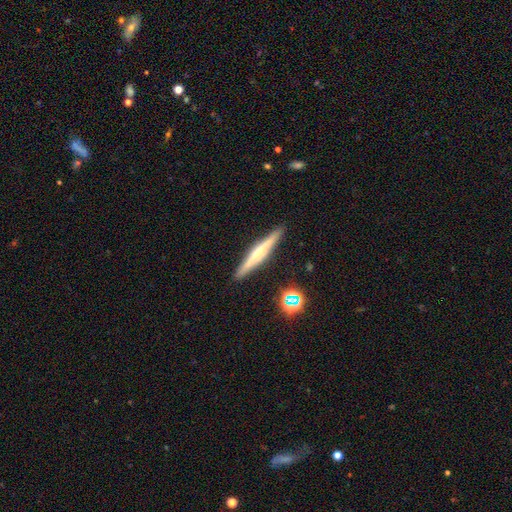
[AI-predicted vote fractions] Smooth or featured?
  - featured or disk: 68% *
  - smooth: 25%
  - star or artifact: 7%
Edge-on disk?
  - yes: 97% *
  - no: 3%
Edge-on bulge?
  - rounded: 77% *
  - none: 15%
  - boxy: 8%
Merging?
  - none: 90% *
  - minor disturbance: 7%
  - merger: 2%
  - major disturbance: 1%